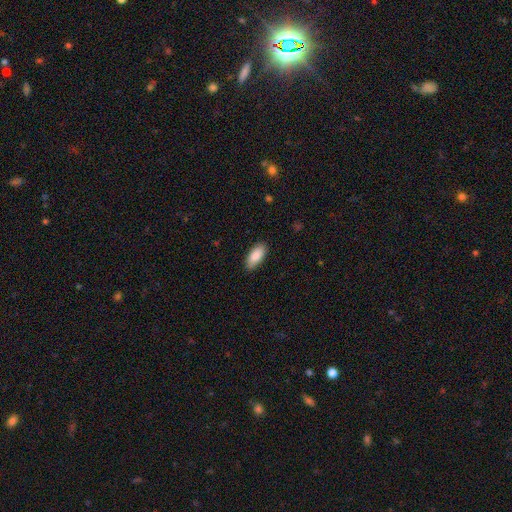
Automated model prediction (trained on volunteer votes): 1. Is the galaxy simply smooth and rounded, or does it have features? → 89% smooth, 6% star or artifact, 6% featured or disk.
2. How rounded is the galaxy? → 88% in between, 10% cigar-shaped, 2% round.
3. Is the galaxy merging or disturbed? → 87% none, 10% minor disturbance, 2% major disturbance, 1% merger.